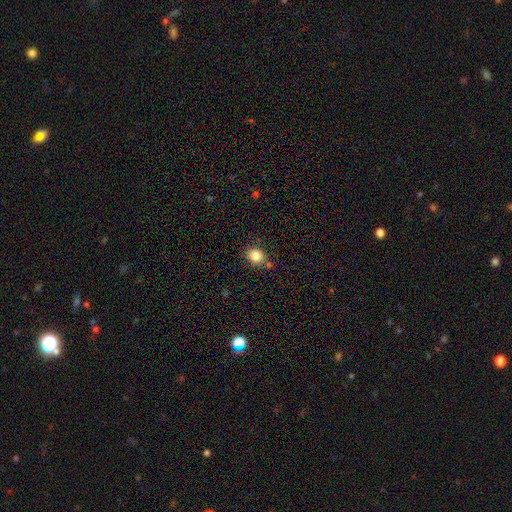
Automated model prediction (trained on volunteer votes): smooth 83%, star or artifact 11%, featured or disk 6%. Down the decision tree: how rounded — round (71%); merging — none (78%).